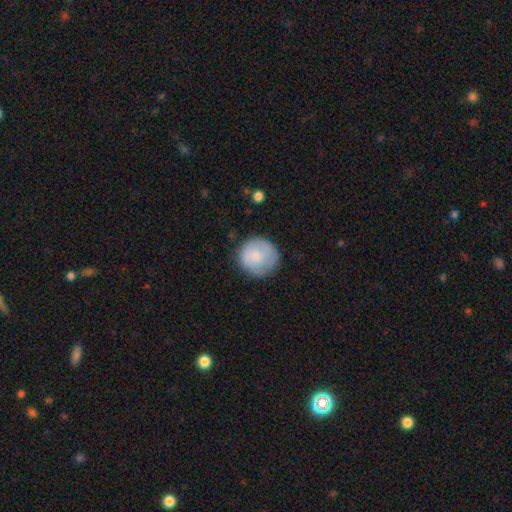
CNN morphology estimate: Smooth or featured: smooth — 78% (featured or disk — 16%)
How rounded: round — 93% (in between — 6%)
Merging: none — 77% (minor disturbance — 17%)